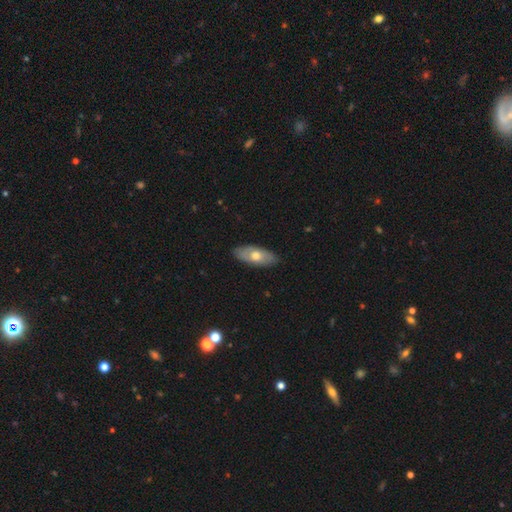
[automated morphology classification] This appears to be a smooth galaxy with no disk features (59%) that is in between round and cigar-shaped (85%). Merging: none (85%).